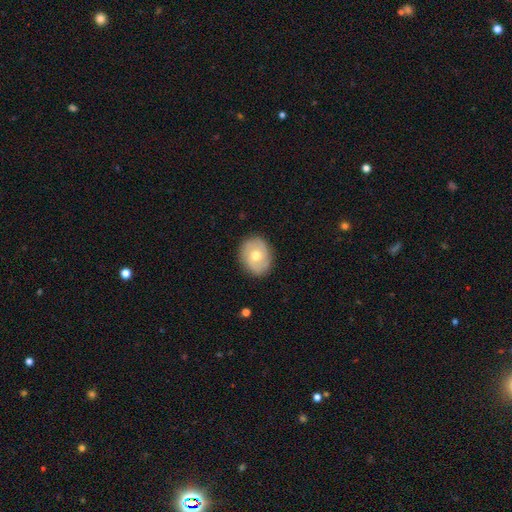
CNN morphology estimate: smooth 49%, featured or disk 44%, star or artifact 7%. Down the decision tree: merging — none (85%).